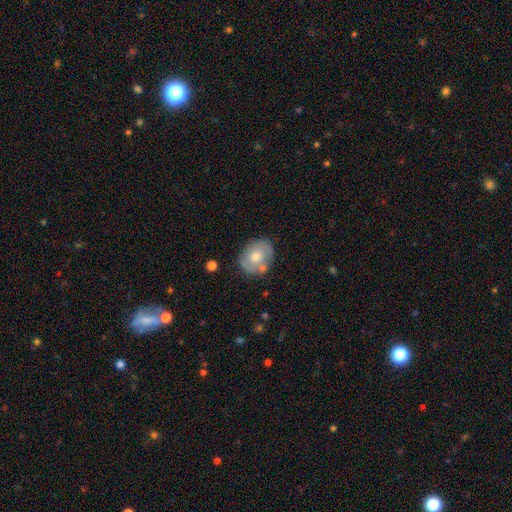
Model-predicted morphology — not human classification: This appears to be a smooth galaxy with no disk features (52%) that is round (52%). Merging: none (71%).